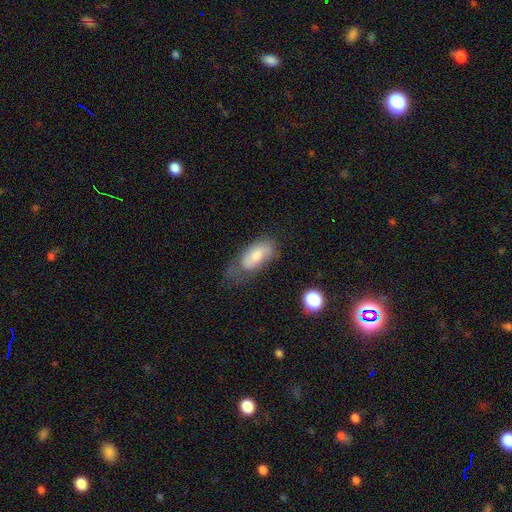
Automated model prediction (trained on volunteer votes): smooth 61%, featured or disk 31%, star or artifact 8%. Down the decision tree: how rounded — in between (84%); merging — none (41%).